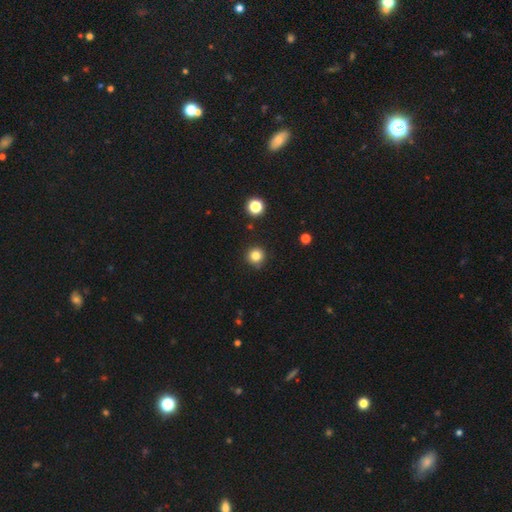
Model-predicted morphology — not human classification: type=smooth (82%); roundness=round (95%); merging=none (89%).